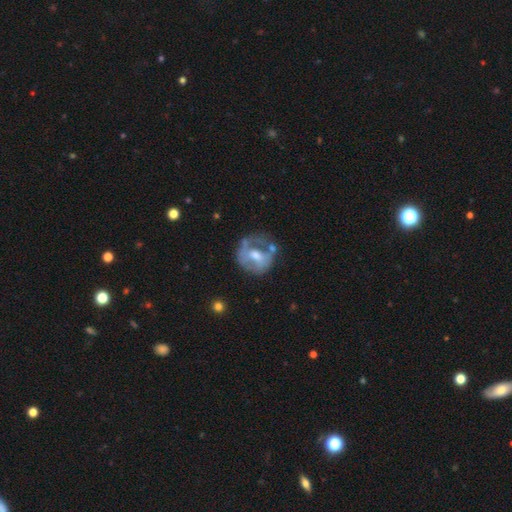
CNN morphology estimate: Smooth or featured? Predicted: featured or disk (p=0.62). Edge-on disk? Predicted: no (p=0.96). Bar? Predicted: no (p=0.47). Spiral arms? Predicted: no (p=0.57). Bulge size? Predicted: moderate (p=0.64). Merging? Predicted: none (p=0.48).